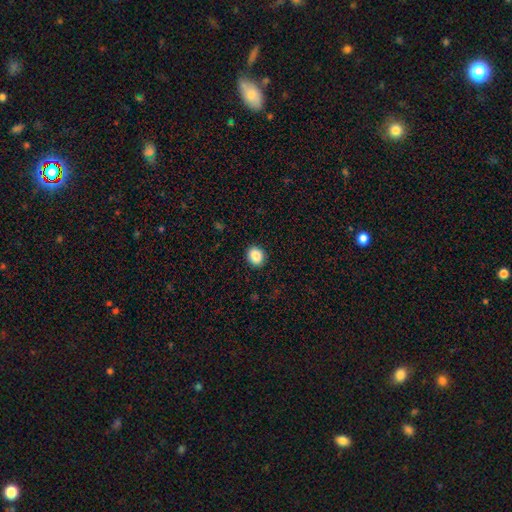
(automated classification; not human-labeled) Smooth or featured?
  - smooth: 88% *
  - star or artifact: 9%
  - featured or disk: 4%
How rounded?
  - round: 63% *
  - in between: 36%
  - cigar-shaped: 1%
Merging?
  - none: 90% *
  - minor disturbance: 7%
  - major disturbance: 2%
  - merger: 1%